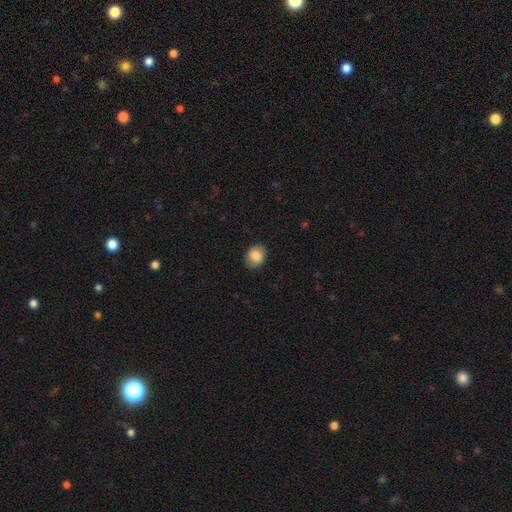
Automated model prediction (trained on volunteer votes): Q: Smooth or featured?
A: smooth (84%); runner-up: featured or disk (8%)
Q: How rounded?
A: in between (55%); runner-up: round (44%)
Q: Merging?
A: none (86%); runner-up: minor disturbance (11%)